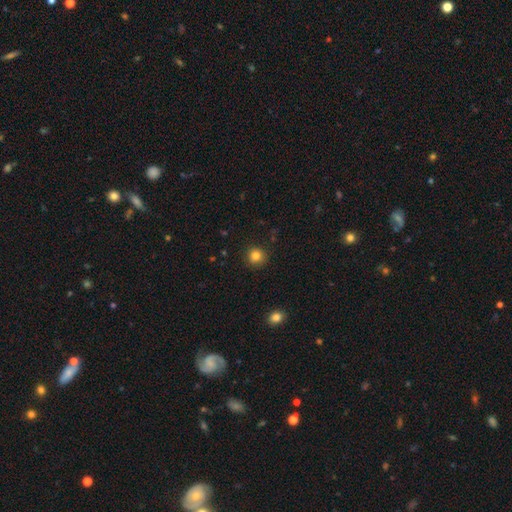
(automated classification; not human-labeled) smooth_or_featured: smooth (p=0.83) [alt: star or artifact p=0.12]
how_rounded: round (p=0.91) [alt: in between p=0.08]
merging: none (p=0.89) [alt: minor disturbance p=0.08]